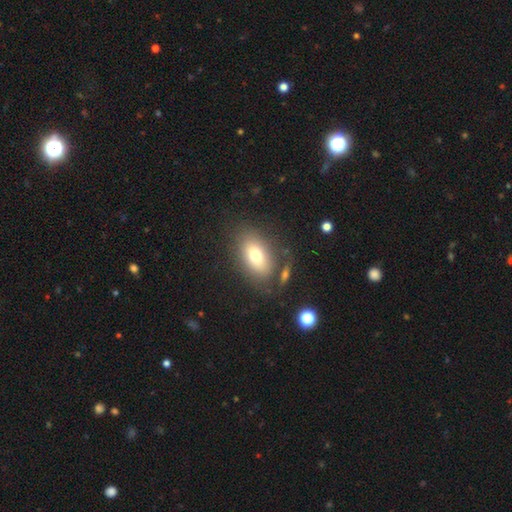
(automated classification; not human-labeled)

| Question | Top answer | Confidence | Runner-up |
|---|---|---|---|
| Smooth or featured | smooth | 73% | featured or disk (18%) |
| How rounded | in between | 85% | round (12%) |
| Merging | none | 76% | minor disturbance (13%) |